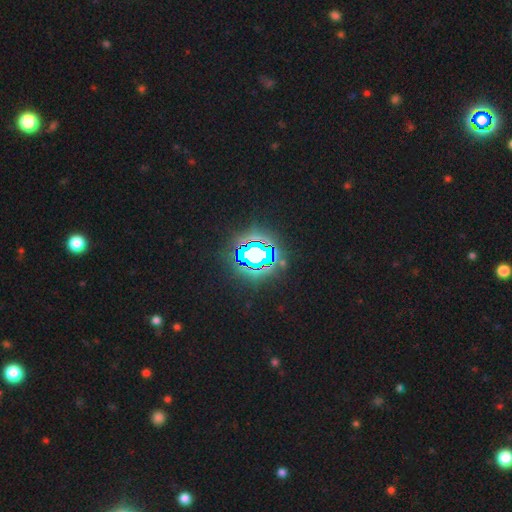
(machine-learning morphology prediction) This appears to be a star or artifact, not a galaxy (79%).